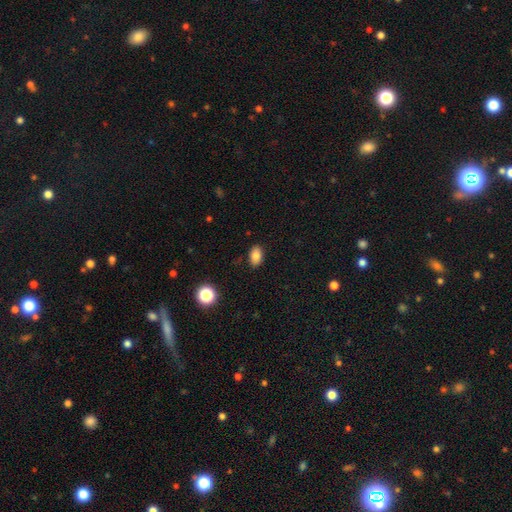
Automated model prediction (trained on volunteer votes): Q: Smooth or featured?
A: smooth (83%); runner-up: star or artifact (10%)
Q: How rounded?
A: in between (88%); runner-up: round (10%)
Q: Merging?
A: none (87%); runner-up: minor disturbance (9%)